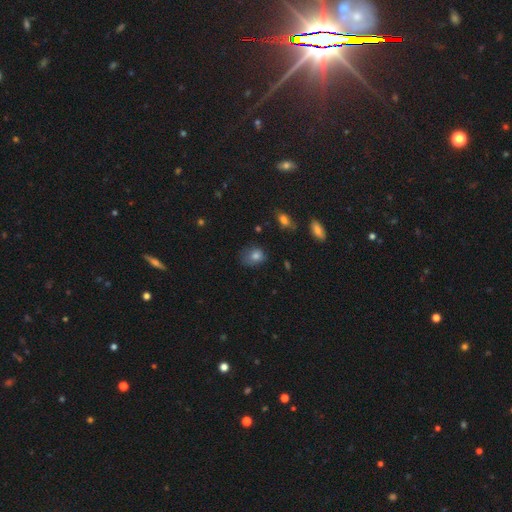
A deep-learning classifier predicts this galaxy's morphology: smooth 77%, featured or disk 12%, star or artifact 11%. Down the decision tree: how rounded — in between (53%); merging — none (49%).